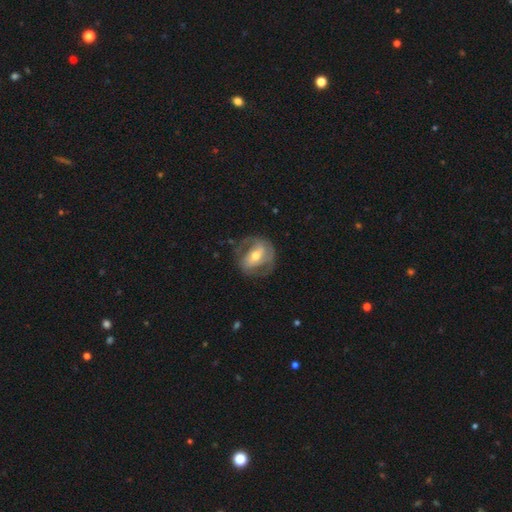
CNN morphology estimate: Overall: featured or disk (72%). Edge-on disk: no (95%). Bar: strong (37%, tied with weak). Spiral arms: yes (76%). Spiral arm count: 2 (75%). Spiral winding: medium (44%; tight 36%). Bulge size: moderate (69%). Merging: none (65%).